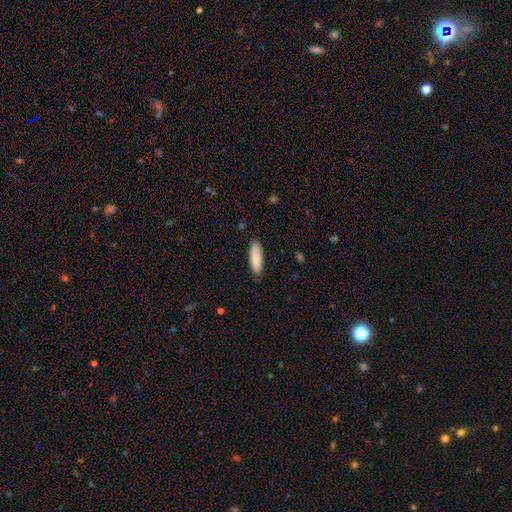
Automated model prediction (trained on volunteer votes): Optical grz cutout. It shows a smooth galaxy with no disk features (88%) that is cigar-shaped (51%). Merging: none (85%).